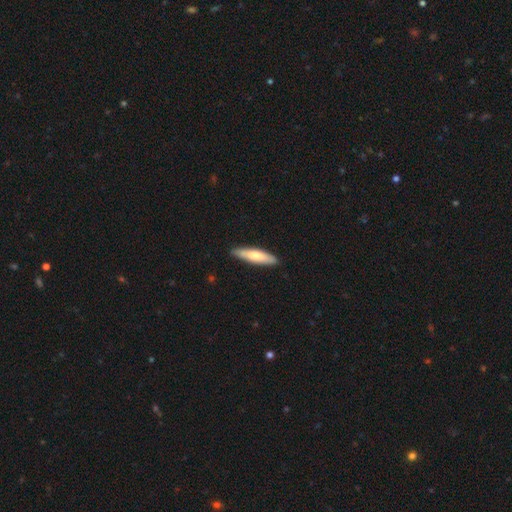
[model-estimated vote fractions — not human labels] Q: Smooth or featured?
A: smooth (70%); runner-up: featured or disk (25%)
Q: How rounded?
A: cigar-shaped (77%); runner-up: in between (22%)
Q: Merging?
A: none (85%); runner-up: minor disturbance (12%)